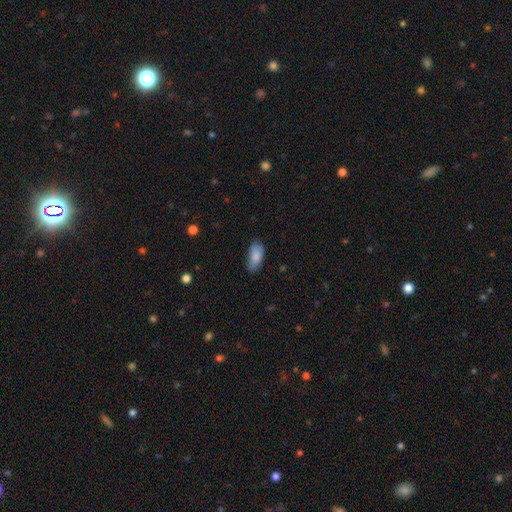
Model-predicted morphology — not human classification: This is clearly a smooth galaxy (85%). How rounded: clearly in between (90%). Merging: likely none (72%).